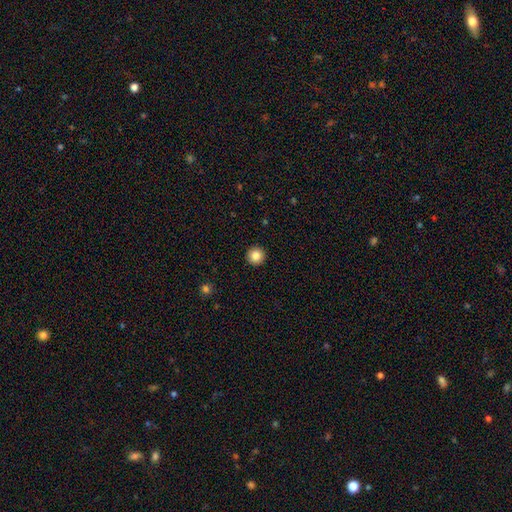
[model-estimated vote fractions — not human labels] This appears to be a smooth galaxy with no disk features (84%) that is round (96%). Merging: none (94%).